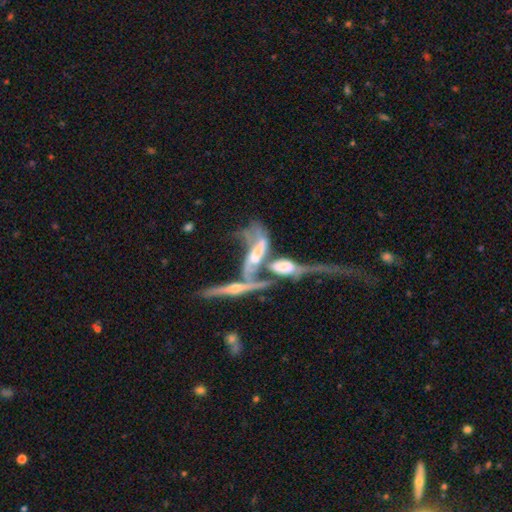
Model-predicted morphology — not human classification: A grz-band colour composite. It shows a featured or disk galaxy (74%). Merging: merger (68%).